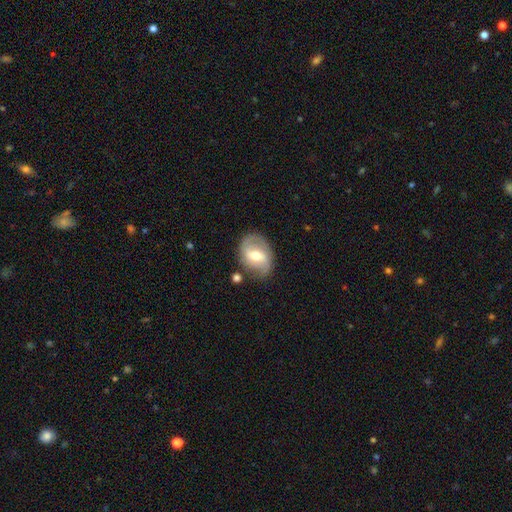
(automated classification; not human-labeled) featured or disk 64%, smooth 30%, star or artifact 7%. Down the decision tree: edge-on disk — no (96%); bar — weak (49%); spiral arms — yes (77%); bulge size — moderate (71%); merging — none (70%).